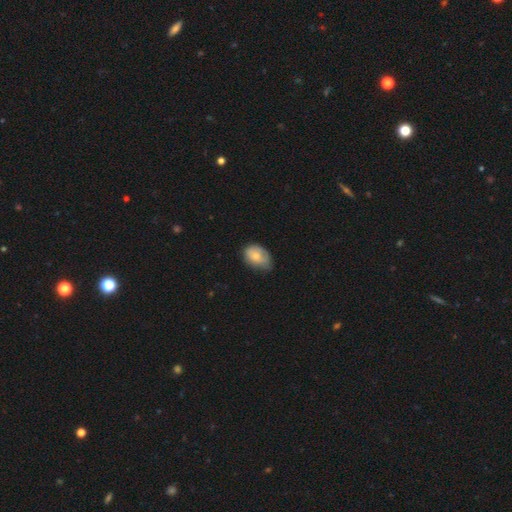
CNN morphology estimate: Smooth or featured: smooth — 72% (featured or disk — 21%)
How rounded: in between — 80% (round — 18%)
Merging: none — 47% (minor disturbance — 41%)